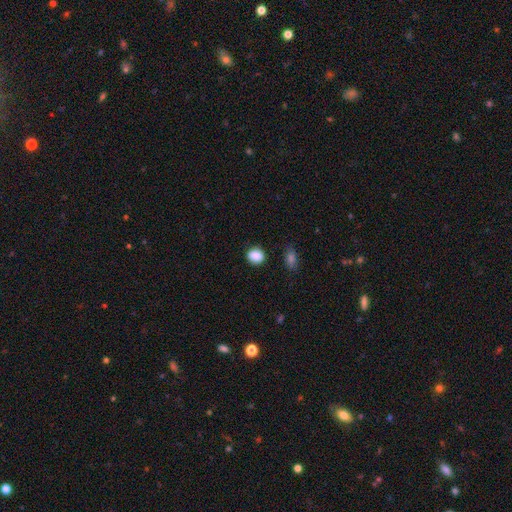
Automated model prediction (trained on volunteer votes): A smooth galaxy with no disk features (89%) that is round (67%).

Vote fractions:
- Smooth or featured? smooth: 89% / star or artifact: 8% / featured or disk: 3%
- How rounded? round: 67% / in between: 32% / cigar-shaped: 1%
- Merging? none: 84% / minor disturbance: 11% / major disturbance: 3% / merger: 2%